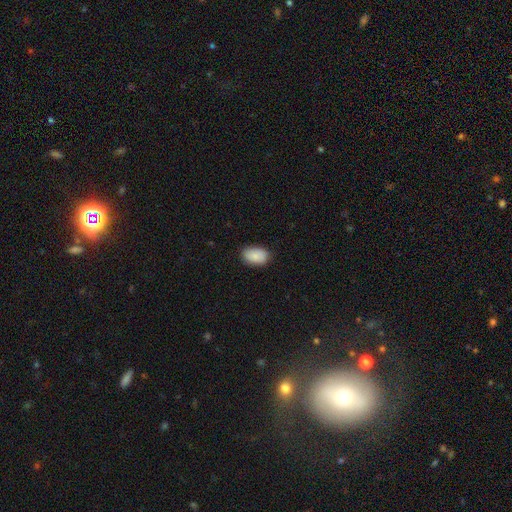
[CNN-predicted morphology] type=smooth (86%); roundness=in between (91%); merging=none (85%).